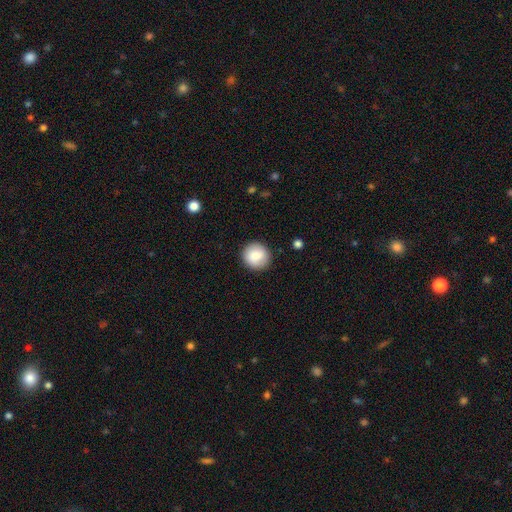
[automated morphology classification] A smooth galaxy with no disk features (84%) that is round (91%).

Vote fractions:
- Smooth or featured? smooth: 84% / featured or disk: 9% / star or artifact: 8%
- How rounded? round: 91% / in between: 8% / cigar-shaped: 1%
- Merging? none: 90% / minor disturbance: 7% / major disturbance: 2% / merger: 1%